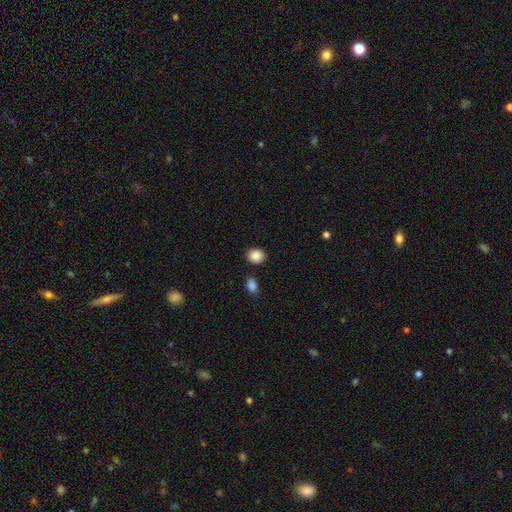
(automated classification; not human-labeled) A smooth galaxy with no disk features (88%) that is round (62%).

Vote fractions:
- Smooth or featured? smooth: 88% / star or artifact: 8% / featured or disk: 4%
- How rounded? round: 62% / in between: 37% / cigar-shaped: 1%
- Merging? none: 84% / minor disturbance: 8% / merger: 5% / major disturbance: 3%